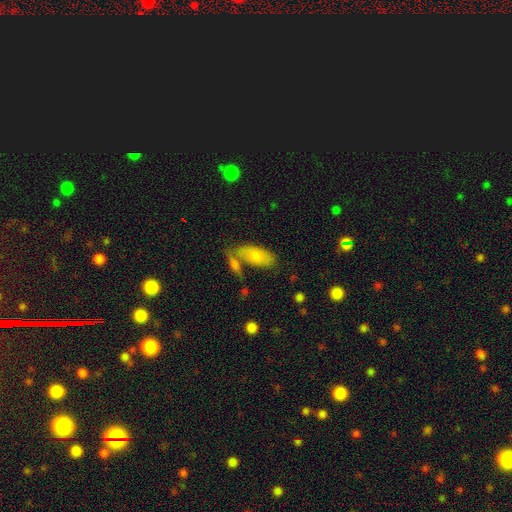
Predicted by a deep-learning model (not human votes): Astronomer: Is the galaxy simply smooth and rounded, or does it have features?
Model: smooth — 70%.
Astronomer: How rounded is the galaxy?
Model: in between — 84%.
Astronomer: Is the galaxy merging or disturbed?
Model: none — 54%.